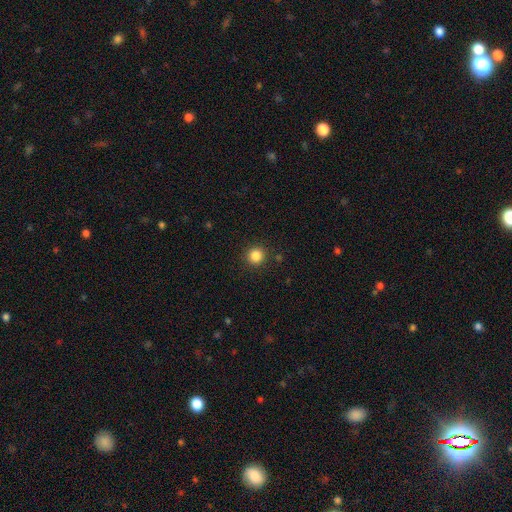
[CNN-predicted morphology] type=smooth (85%); roundness=round (93%); merging=none (91%).